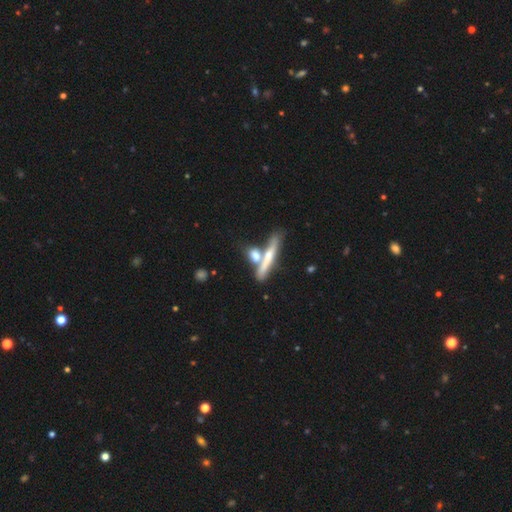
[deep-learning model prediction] Smooth or featured? Predicted: smooth (p=0.55). How rounded? Predicted: cigar-shaped (p=0.67). Merging? Predicted: none (p=0.47).